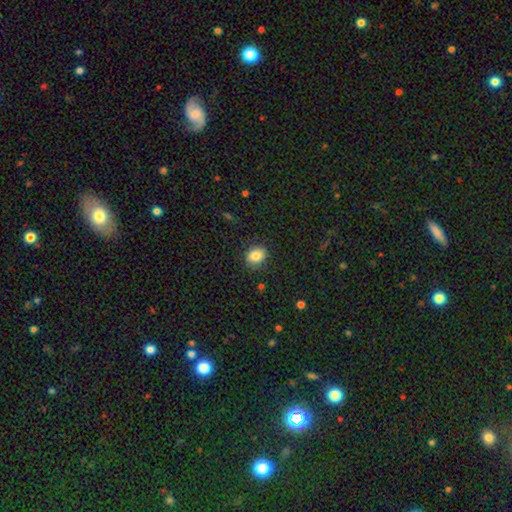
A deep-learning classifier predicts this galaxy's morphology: This is clearly a smooth galaxy (83%). How rounded: possibly in between (52%). Merging: clearly none (87%).